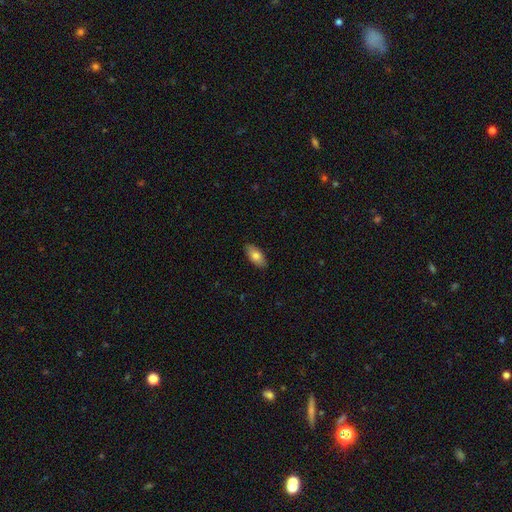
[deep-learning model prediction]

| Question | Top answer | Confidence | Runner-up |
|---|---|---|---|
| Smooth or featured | smooth | 77% | featured or disk (16%) |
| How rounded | in between | 90% | cigar-shaped (7%) |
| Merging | none | 88% | minor disturbance (9%) |